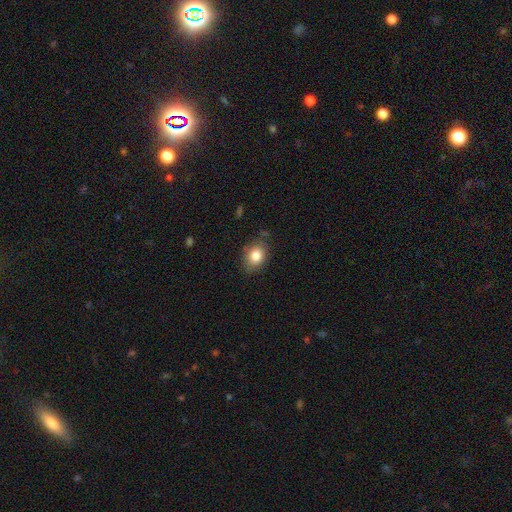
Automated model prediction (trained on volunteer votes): Smooth or featured?
  - smooth: 83% *
  - star or artifact: 9%
  - featured or disk: 8%
How rounded?
  - in between: 67% *
  - round: 32%
  - cigar-shaped: 1%
Merging?
  - none: 77% *
  - minor disturbance: 17%
  - major disturbance: 4%
  - merger: 2%